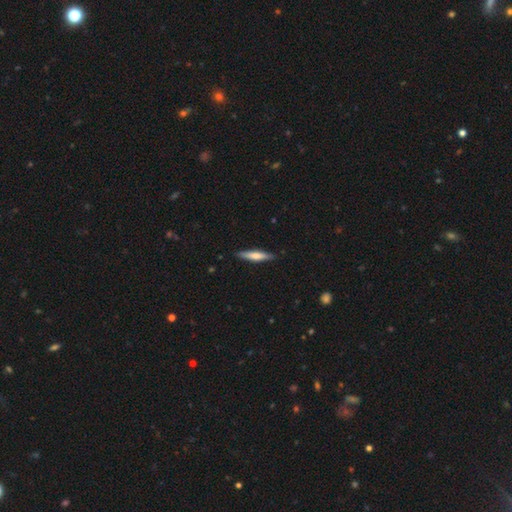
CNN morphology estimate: smooth_or_featured: smooth (p=0.57) [alt: featured or disk p=0.37]
how_rounded: cigar-shaped (p=0.87) [alt: in between p=0.12]
merging: none (p=0.88) [alt: minor disturbance p=0.09]